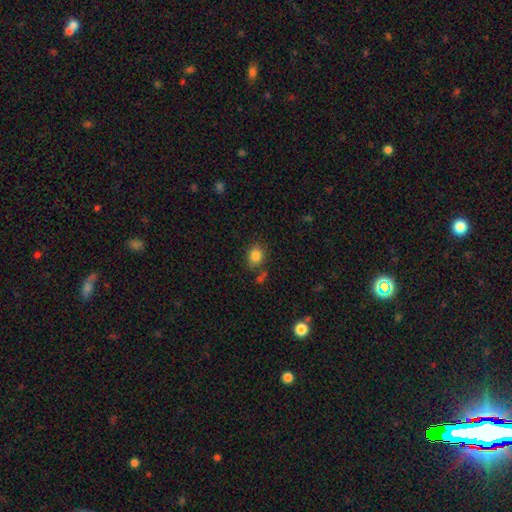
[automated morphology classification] smooth-or-featured: smooth: 84% | star or artifact: 10% | featured or disk: 6%
  how-rounded: in between: 51% | round: 48% | cigar-shaped: 1%
  merging: none: 75% | minor disturbance: 14% | merger: 7% | major disturbance: 4%